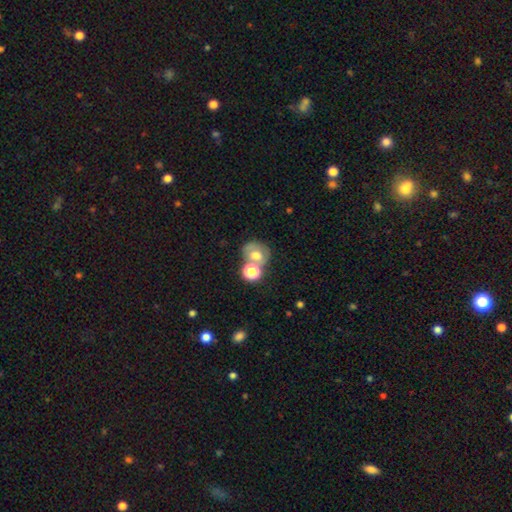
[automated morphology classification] smooth 58%, featured or disk 28%, star or artifact 14%. Down the decision tree: how rounded — round (64%); merging — merger (40%).